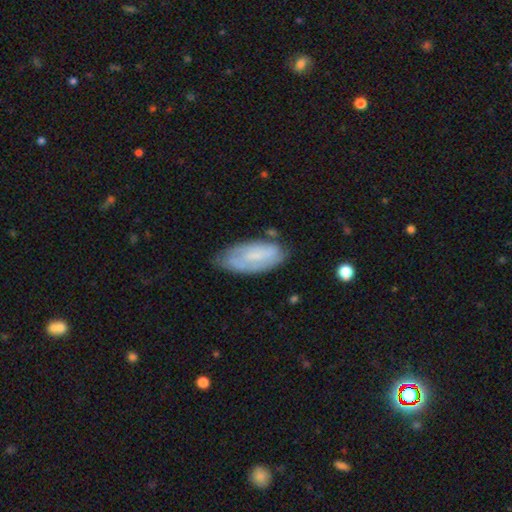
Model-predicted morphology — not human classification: A smooth galaxy with no disk features (51%) that is in between round and cigar-shaped (86%). Merging: none (60%).